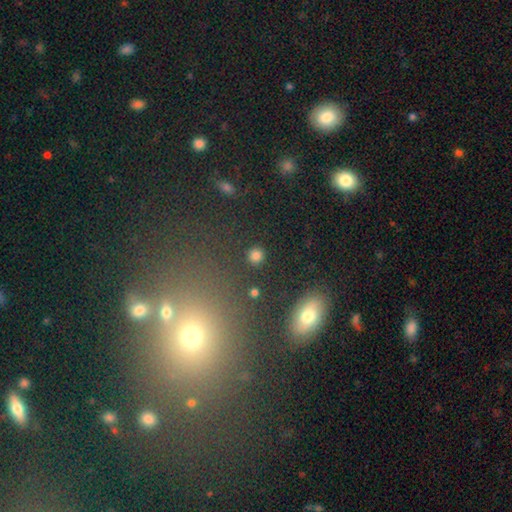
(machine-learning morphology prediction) The model was most divided on "smooth or featured": smooth: 81%, star or artifact: 15%, featured or disk: 5%. More confident: how rounded — round (93%); merging — none (89%).